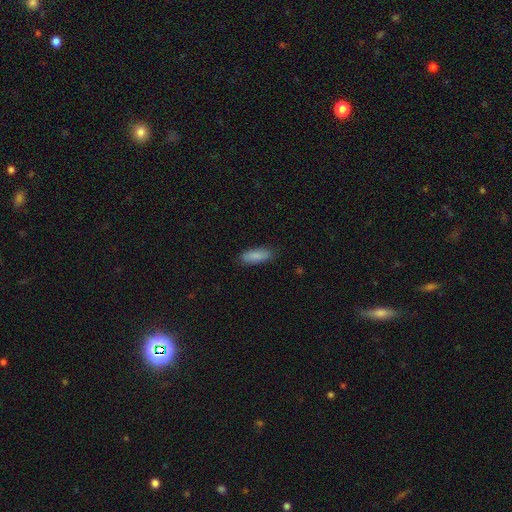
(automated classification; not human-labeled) Q: Smooth or featured?
A: smooth (88%); runner-up: star or artifact (6%)
Q: How rounded?
A: in between (66%); runner-up: cigar-shaped (32%)
Q: Merging?
A: none (85%); runner-up: minor disturbance (12%)